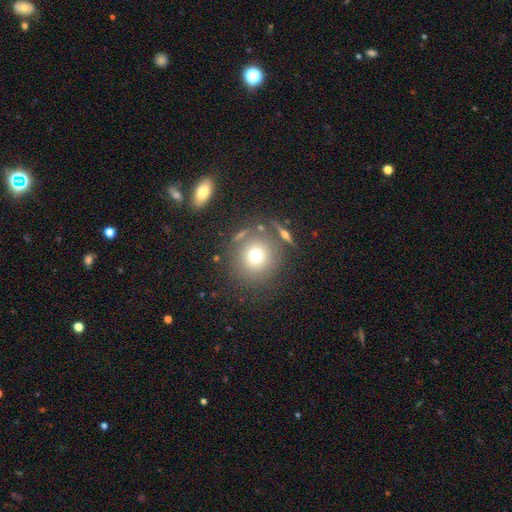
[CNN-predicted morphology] Smooth or featured? smooth (70%)
How rounded? round (92%)
Merging? none (77%)